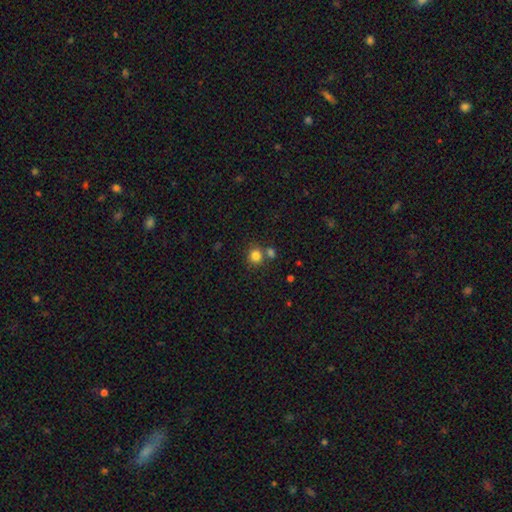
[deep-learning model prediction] Q: Smooth or featured?
A: smooth (82%); runner-up: star or artifact (12%)
Q: How rounded?
A: round (86%); runner-up: in between (13%)
Q: Merging?
A: none (67%); runner-up: merger (21%)